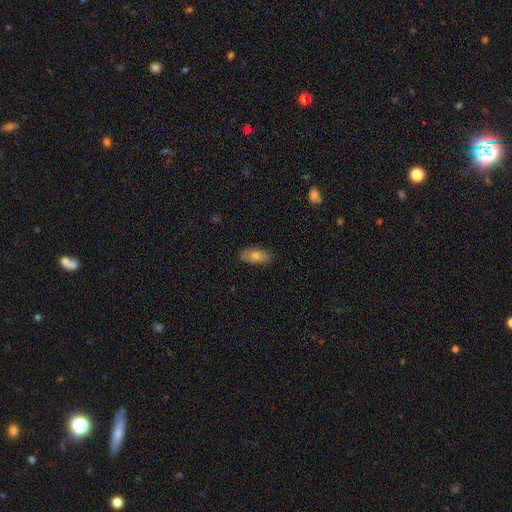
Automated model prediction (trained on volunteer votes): smooth_or_featured: smooth (p=0.71) [alt: featured or disk p=0.21]
how_rounded: in between (p=0.89) [alt: cigar-shaped p=0.07]
merging: none (p=0.83) [alt: minor disturbance p=0.14]